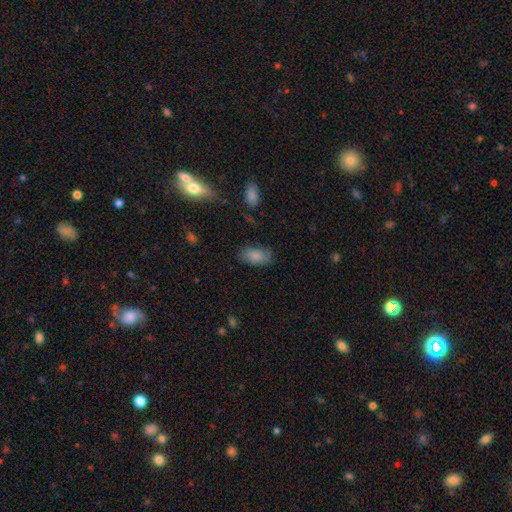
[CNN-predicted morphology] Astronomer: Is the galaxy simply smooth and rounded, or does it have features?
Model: smooth — 84%.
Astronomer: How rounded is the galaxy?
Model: in between — 93%.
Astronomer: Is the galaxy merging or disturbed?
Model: none — 78%.